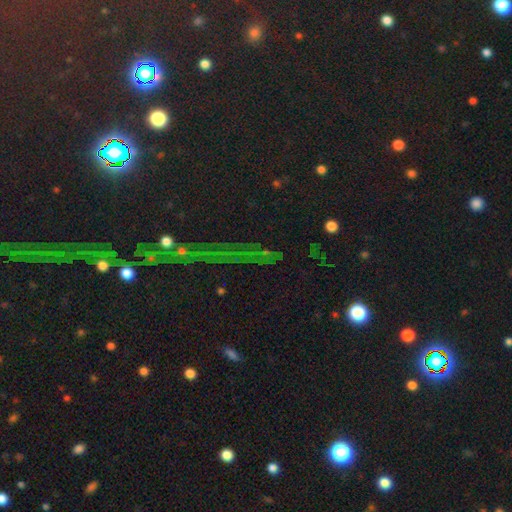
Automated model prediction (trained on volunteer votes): A star or artifact, not a galaxy (74%).

Vote fractions:
- Smooth or featured? star or artifact: 74% / smooth: 15% / featured or disk: 11%